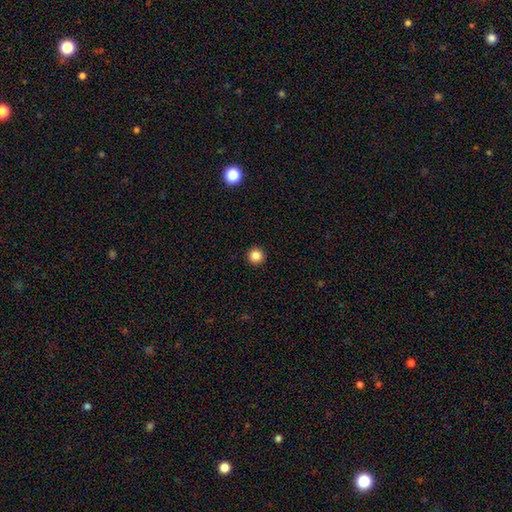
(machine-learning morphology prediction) smooth_or_featured: smooth (p=0.85) [alt: star or artifact p=0.11]
how_rounded: round (p=0.96) [alt: in between p=0.03]
merging: none (p=0.94) [alt: minor disturbance p=0.04]